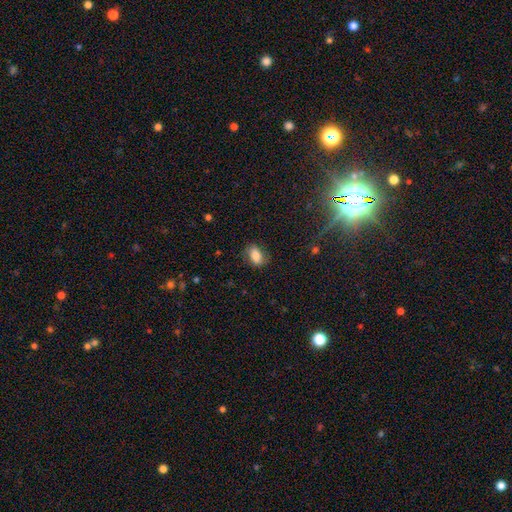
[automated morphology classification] type=smooth (77%); roundness=in between (85%); merging=none (76%).